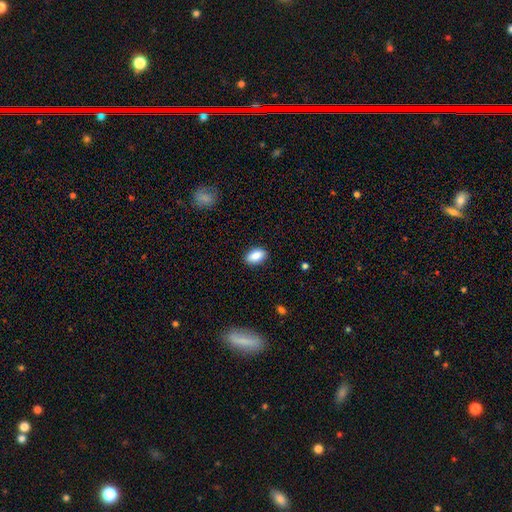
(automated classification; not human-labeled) smooth 87%, star or artifact 7%, featured or disk 6%. Down the decision tree: how rounded — in between (91%); merging — none (88%).